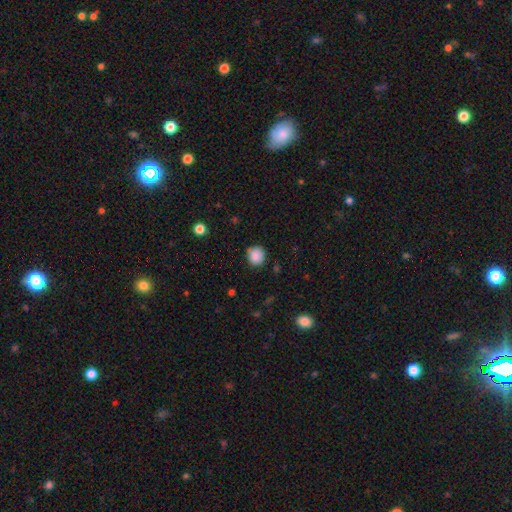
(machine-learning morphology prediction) A smooth galaxy with no disk features (87%) that is round (84%).

Vote fractions:
- Smooth or featured? smooth: 87% / star or artifact: 9% / featured or disk: 4%
- How rounded? round: 84% / in between: 15% / cigar-shaped: 1%
- Merging? none: 80% / minor disturbance: 15% / major disturbance: 3% / merger: 2%